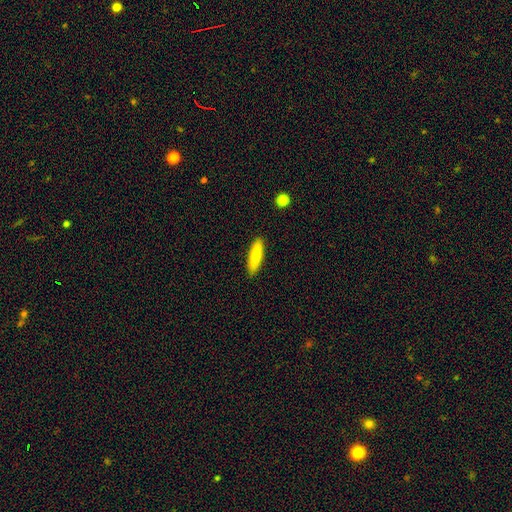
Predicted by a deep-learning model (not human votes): A smooth galaxy with no disk features (83%) that is cigar-shaped (67%). Merging: none (90%).